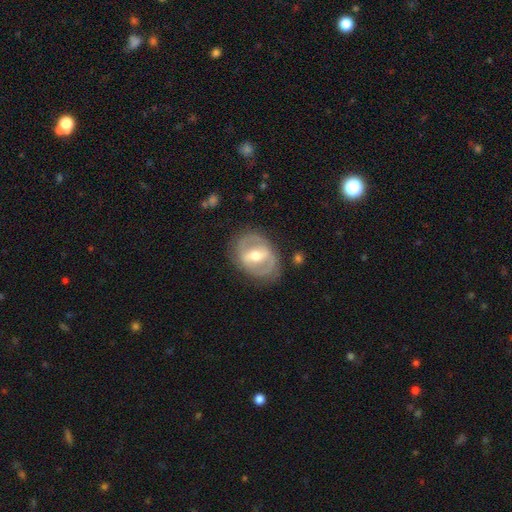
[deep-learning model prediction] smooth-or-featured: featured or disk: 73% | smooth: 21% | star or artifact: 5%
  disk-edge-on: no: 94% | yes: 6%
    bar: strong: 55% | weak: 32% | no: 13%
    has-spiral-arms: no: 54% | yes: 46%
    bulge-size: moderate: 71% | small: 14% | large: 13% | none: 1% | dominant: 1%
  merging: none: 77% | minor disturbance: 15% | major disturbance: 7% | merger: 2%